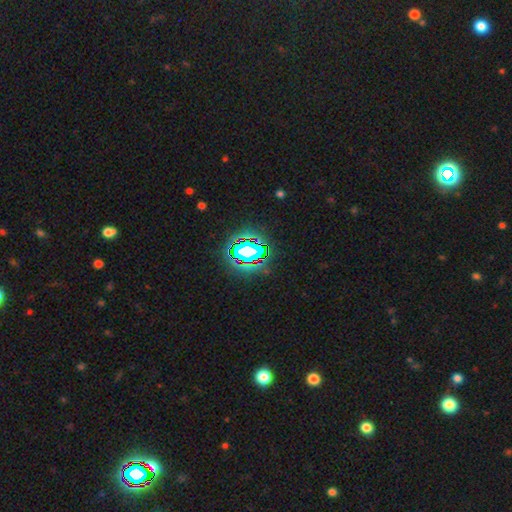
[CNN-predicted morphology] The model was most divided on "smooth or featured": star or artifact: 80%, smooth: 12%, featured or disk: 8%.